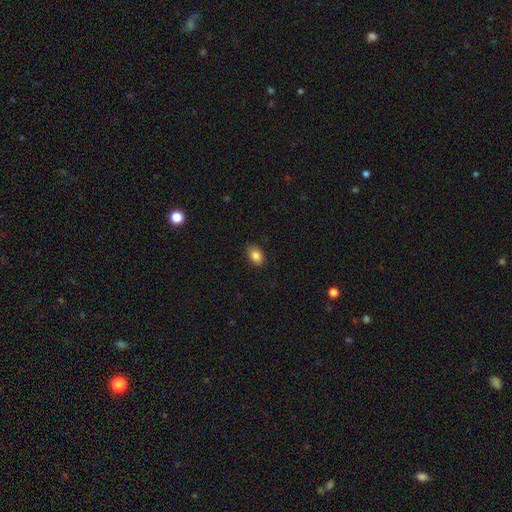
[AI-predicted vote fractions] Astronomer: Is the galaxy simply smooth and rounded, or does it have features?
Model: smooth — 85%.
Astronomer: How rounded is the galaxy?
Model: in between — 84%.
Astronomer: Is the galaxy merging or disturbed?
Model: none — 87%.